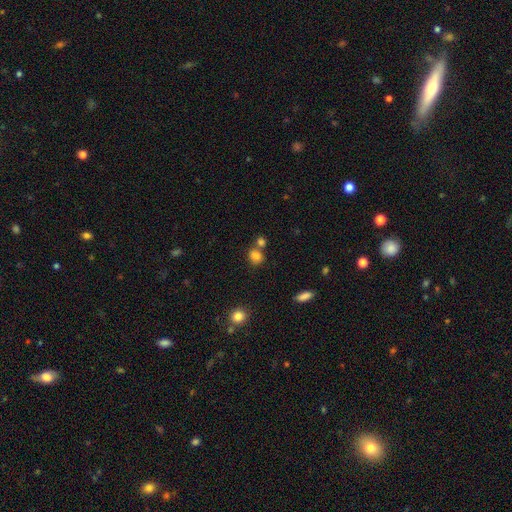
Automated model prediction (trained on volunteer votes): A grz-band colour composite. It shows a smooth galaxy with no disk features (81%) that is round (59%). Merging: none (54%).